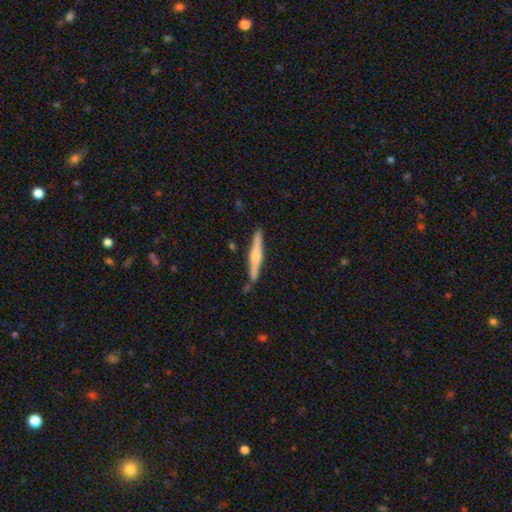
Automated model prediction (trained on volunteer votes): smooth_or_featured: featured or disk (p=0.63) [alt: smooth p=0.32]
disk_edge_on: yes (p=0.98) [alt: no p=0.02]
edge_on_bulge: rounded (p=0.79) [alt: boxy p=0.13]
merging: none (p=0.85) [alt: minor disturbance p=0.10]